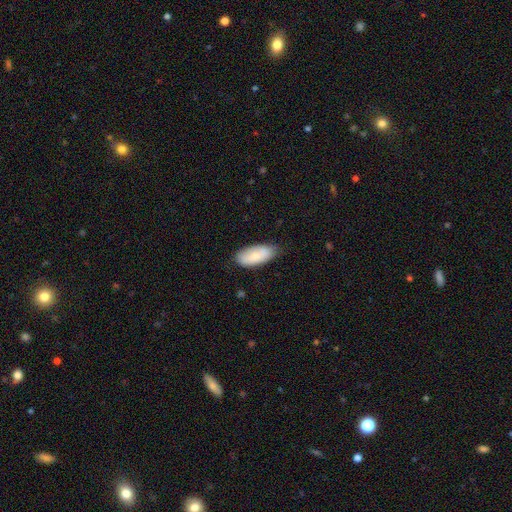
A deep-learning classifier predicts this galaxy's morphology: Smooth or featured?
  - smooth: 79% *
  - featured or disk: 14%
  - star or artifact: 6%
How rounded?
  - in between: 88% *
  - cigar-shaped: 10%
  - round: 2%
Merging?
  - none: 74% *
  - minor disturbance: 22%
  - major disturbance: 3%
  - merger: 1%